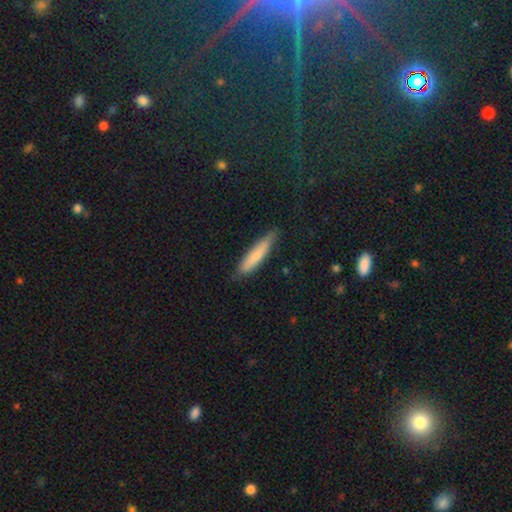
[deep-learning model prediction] Morphology: type=smooth (76%); roundness=cigar-shaped (87%); merging=none (83%).